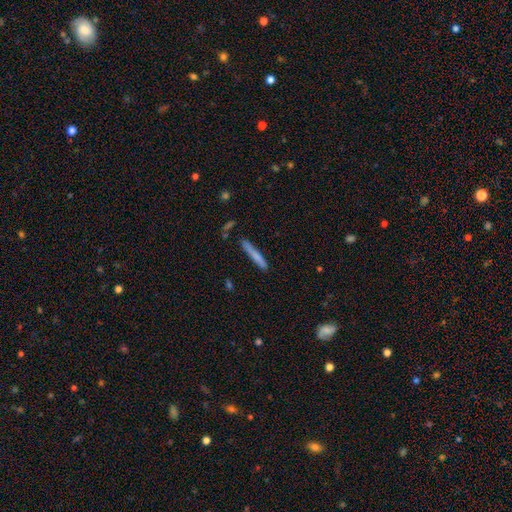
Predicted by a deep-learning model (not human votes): smooth_or_featured: smooth (p=0.69) [alt: featured or disk p=0.25]
how_rounded: cigar-shaped (p=0.96) [alt: in between p=0.03]
merging: none (p=0.83) [alt: minor disturbance p=0.12]